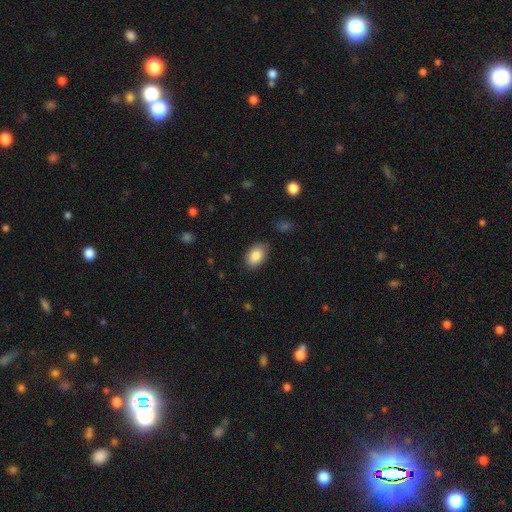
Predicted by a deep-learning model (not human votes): Q: Smooth or featured?
A: smooth (86%); runner-up: star or artifact (7%)
Q: How rounded?
A: in between (85%); runner-up: round (13%)
Q: Merging?
A: none (84%); runner-up: minor disturbance (12%)